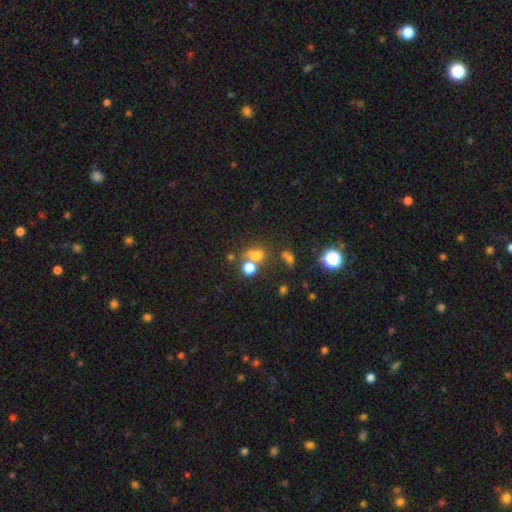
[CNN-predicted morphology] Smooth or featured: smooth — 57% (star or artifact — 29%)
How rounded: round — 59% (in between — 38%)
Merging: none — 40% (merger — 37%)